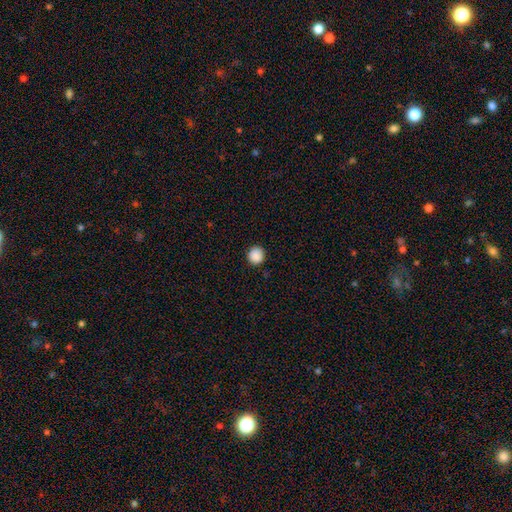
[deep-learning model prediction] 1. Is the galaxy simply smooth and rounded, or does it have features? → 89% smooth, 9% star or artifact, 2% featured or disk.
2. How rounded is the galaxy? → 92% round, 7% in between, 1% cigar-shaped.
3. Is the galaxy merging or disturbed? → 90% none, 7% minor disturbance, 2% major disturbance, 1% merger.